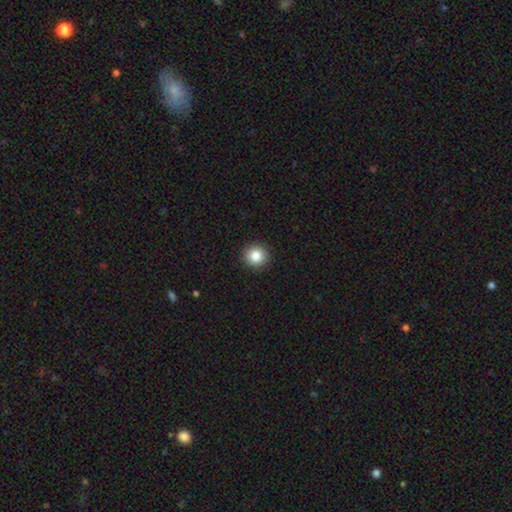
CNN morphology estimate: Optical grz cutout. It shows a smooth galaxy with no disk features (85%) that is round (94%). Merging: none (93%).